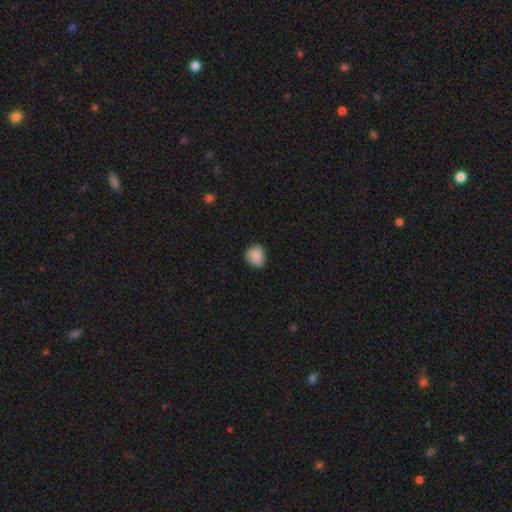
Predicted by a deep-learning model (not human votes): smooth-or-featured: smooth: 87% | star or artifact: 8% | featured or disk: 5%
  how-rounded: round: 71% | in between: 28% | cigar-shaped: 1%
  merging: none: 78% | minor disturbance: 18% | major disturbance: 3% | merger: 1%